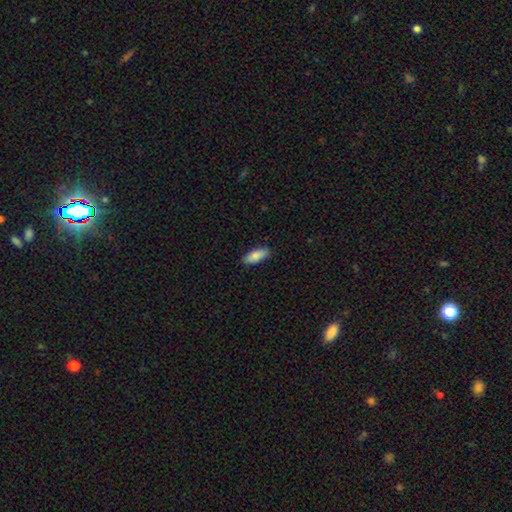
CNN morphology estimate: This appears to be a smooth galaxy with no disk features (83%) that is in between round and cigar-shaped (80%). Merging: none (88%).